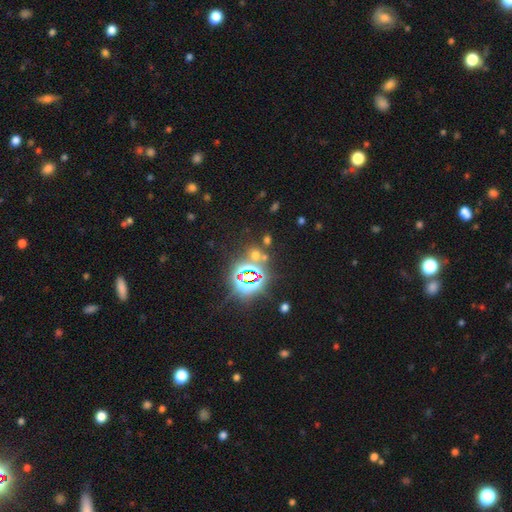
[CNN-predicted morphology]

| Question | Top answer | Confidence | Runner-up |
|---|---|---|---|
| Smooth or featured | star or artifact | 61% | smooth (31%) |